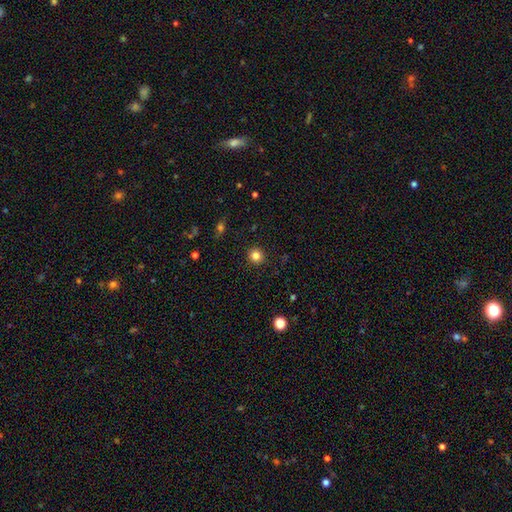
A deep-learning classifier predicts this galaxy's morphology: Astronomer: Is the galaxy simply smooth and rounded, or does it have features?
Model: smooth — 82%.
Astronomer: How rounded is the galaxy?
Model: round — 92%.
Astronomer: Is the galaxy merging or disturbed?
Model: none — 92%.